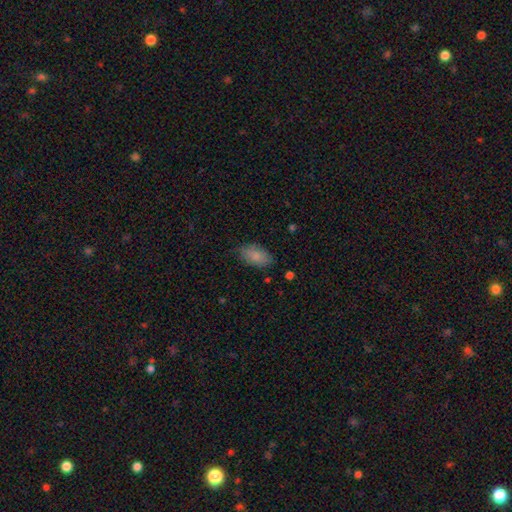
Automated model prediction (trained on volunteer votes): Overall: smooth (84%). How rounded: in between (93%). Merging: none (75%).